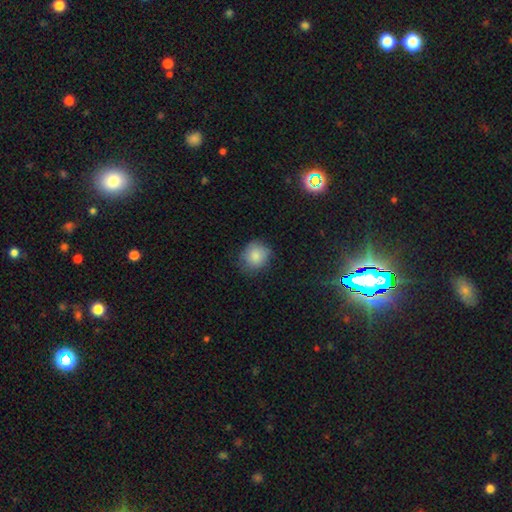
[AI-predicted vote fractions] Q: Smooth or featured?
A: smooth (85%); runner-up: star or artifact (8%)
Q: How rounded?
A: round (76%); runner-up: in between (23%)
Q: Merging?
A: none (72%); runner-up: minor disturbance (22%)